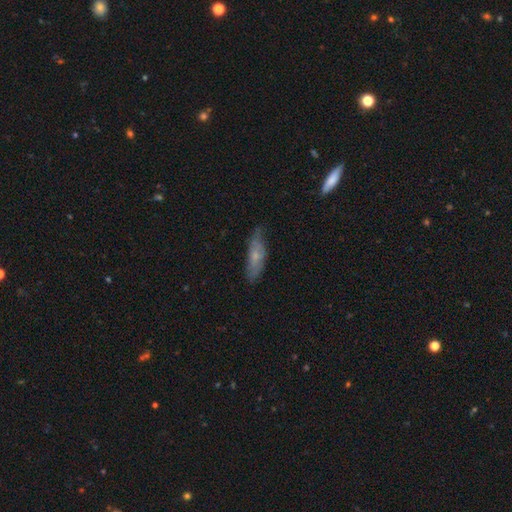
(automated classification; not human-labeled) This is possibly a smooth galaxy (53%). How rounded: possibly in between (49%). Merging: likely none (64%).